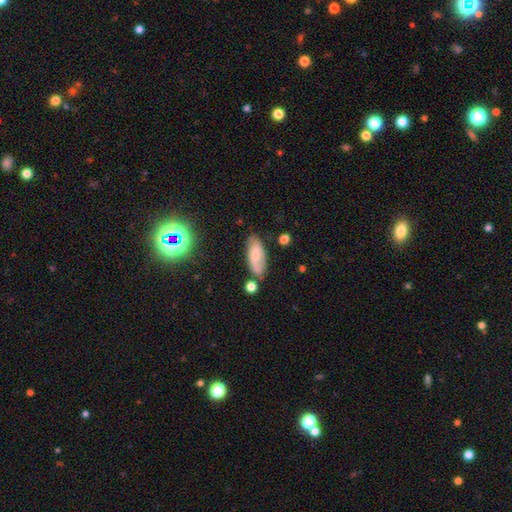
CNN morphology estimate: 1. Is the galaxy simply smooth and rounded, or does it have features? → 62% smooth, 30% featured or disk, 9% star or artifact.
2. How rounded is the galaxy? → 80% in between, 17% cigar-shaped, 3% round.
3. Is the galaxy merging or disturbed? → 73% none, 18% minor disturbance, 5% merger, 4% major disturbance.